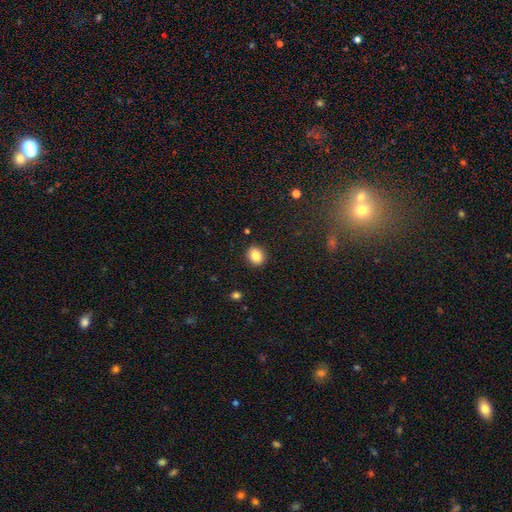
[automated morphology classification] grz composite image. It shows a smooth galaxy with no disk features (84%) that is round (67%). Merging: none (90%).